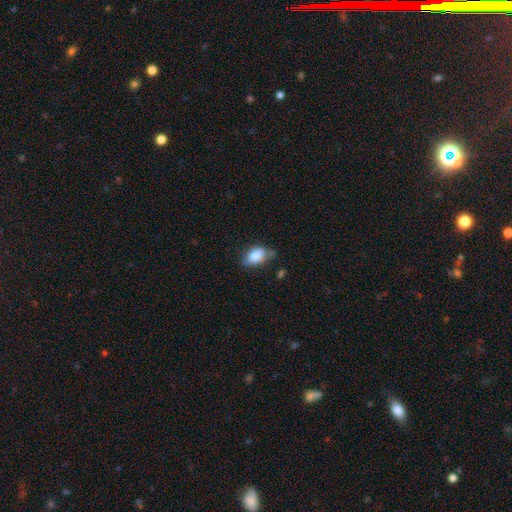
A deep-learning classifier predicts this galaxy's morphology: Smooth or featured?
  - smooth: 79% *
  - featured or disk: 13%
  - star or artifact: 8%
How rounded?
  - in between: 83% *
  - round: 15%
  - cigar-shaped: 2%
Merging?
  - none: 61% *
  - minor disturbance: 29%
  - major disturbance: 6%
  - merger: 3%